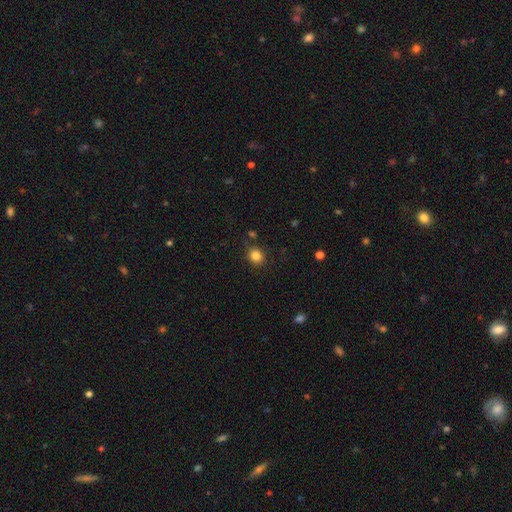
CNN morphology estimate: A smooth galaxy with no disk features (84%) that is round (75%).

Vote fractions:
- Smooth or featured? smooth: 84% / star or artifact: 11% / featured or disk: 5%
- How rounded? round: 75% / in between: 24% / cigar-shaped: 1%
- Merging? none: 84% / minor disturbance: 10% / merger: 3% / major disturbance: 3%